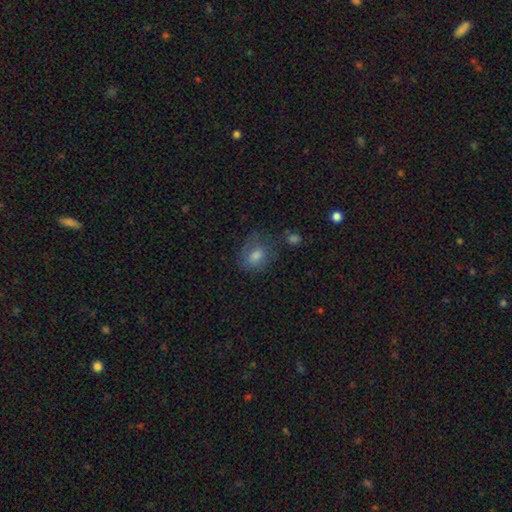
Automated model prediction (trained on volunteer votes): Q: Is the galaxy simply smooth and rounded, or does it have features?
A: smooth — 64%.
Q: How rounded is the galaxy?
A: in between — 51%.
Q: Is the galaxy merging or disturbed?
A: none — 57%.